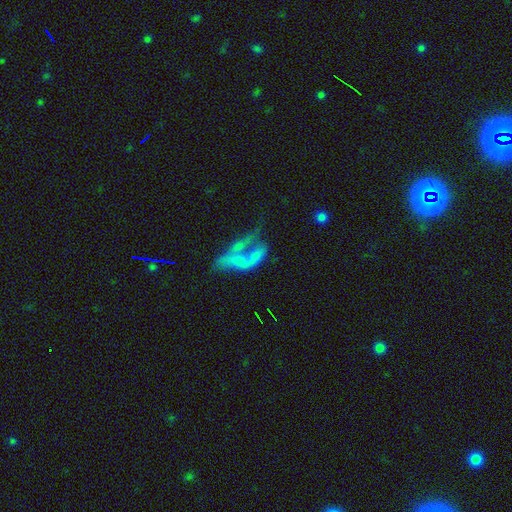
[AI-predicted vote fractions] Smooth or featured: featured or disk — 50% (smooth — 37%)
Edge-on disk: no — 93% (yes — 7%)
Merging: merger — 48% (major disturbance — 29%)